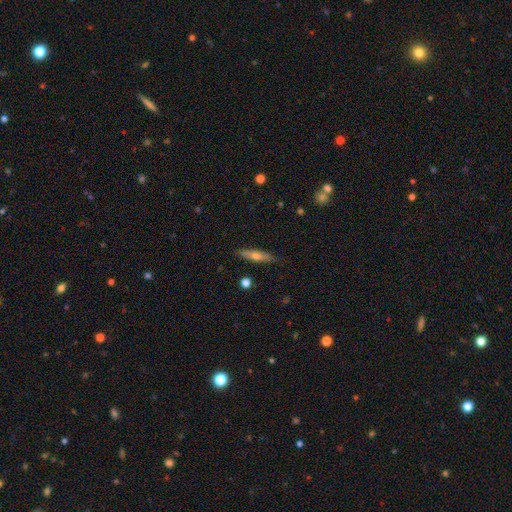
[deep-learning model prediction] A featured or disk galaxy (49%).

Vote fractions:
- Smooth or featured? featured or disk: 49% / smooth: 44% / star or artifact: 7%
- Merging? none: 87% / minor disturbance: 10% / major disturbance: 2% / merger: 1%